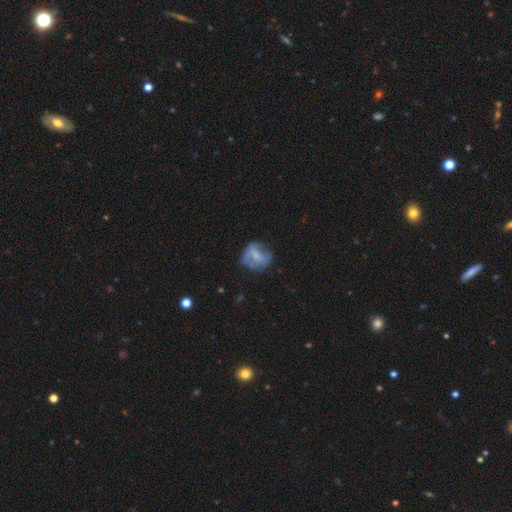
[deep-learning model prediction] A smooth galaxy with no disk features (55%) that is round (69%).

Vote fractions:
- Smooth or featured? smooth: 55% / featured or disk: 37% / star or artifact: 9%
- How rounded? round: 69% / in between: 29% / cigar-shaped: 1%
- Merging? none: 56% / minor disturbance: 26% / major disturbance: 15% / merger: 2%